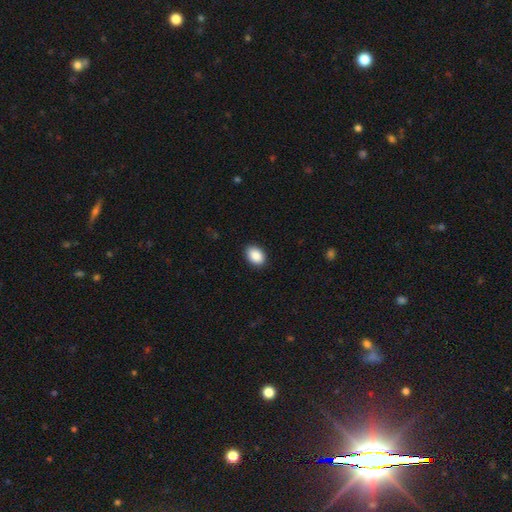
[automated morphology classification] Smooth or featured: smooth — 90% (star or artifact — 7%)
How rounded: in between — 81% (round — 18%)
Merging: none — 88% (minor disturbance — 9%)